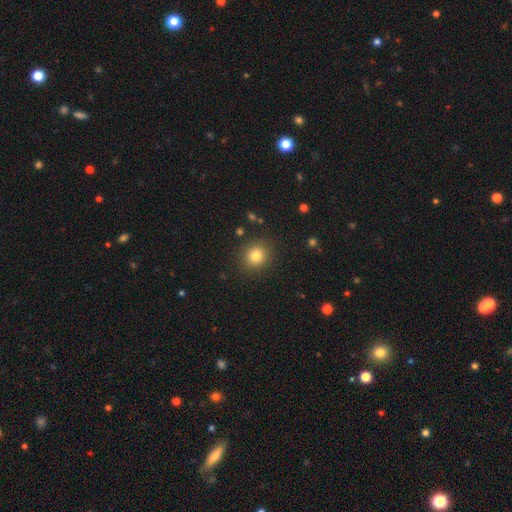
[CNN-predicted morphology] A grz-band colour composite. It shows a smooth galaxy with no disk features (81%) that is round (86%). Merging: none (89%).